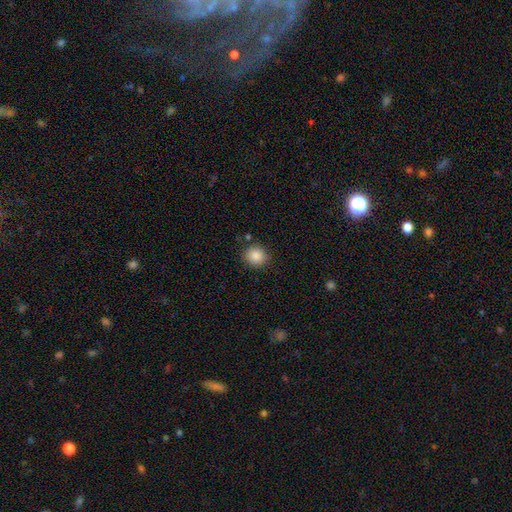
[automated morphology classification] Smooth or featured? smooth (87%)
How rounded? round (83%)
Merging? none (85%)